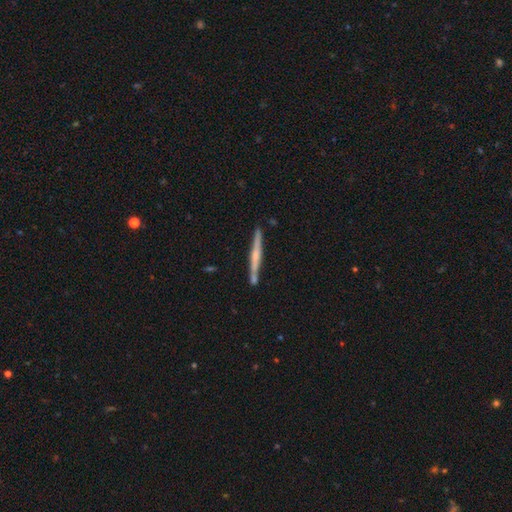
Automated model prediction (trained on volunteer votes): Smooth or featured: featured or disk — 61% (smooth — 33%)
Edge-on disk: yes — 97% (no — 3%)
Edge-on bulge: rounded — 51% (none — 33%)
Merging: none — 82% (minor disturbance — 10%)